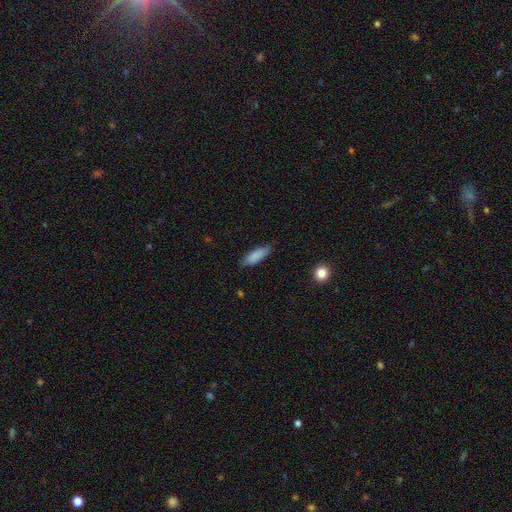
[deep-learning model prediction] A smooth galaxy with no disk features (87%) that is in between round and cigar-shaped (52%).

Vote fractions:
- Smooth or featured? smooth: 87% / featured or disk: 7% / star or artifact: 6%
- How rounded? in between: 52% / cigar-shaped: 46% / round: 2%
- Merging? none: 81% / minor disturbance: 15% / major disturbance: 3% / merger: 1%